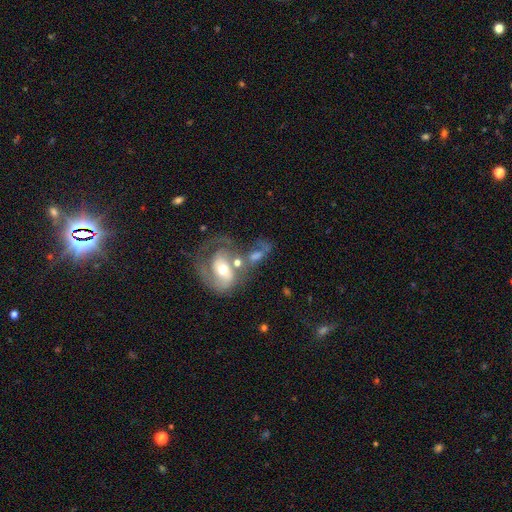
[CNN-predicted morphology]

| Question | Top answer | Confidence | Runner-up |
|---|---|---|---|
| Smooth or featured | featured or disk | 63% | smooth (28%) |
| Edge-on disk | no | 94% | yes (6%) |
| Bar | no | 58% | weak (30%) |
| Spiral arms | yes | 68% | no (32%) |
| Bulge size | moderate | 67% | small (21%) |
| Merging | merger | 45% | none (25%) |